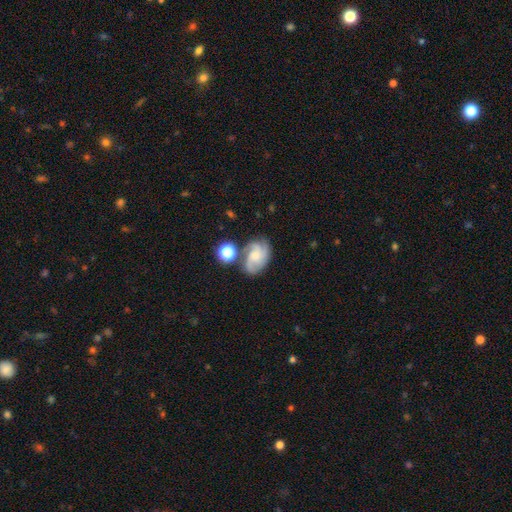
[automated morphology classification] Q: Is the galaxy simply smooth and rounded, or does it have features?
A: featured or disk — 73%.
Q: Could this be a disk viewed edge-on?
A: no — 97%.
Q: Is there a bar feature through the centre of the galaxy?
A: no — 69%.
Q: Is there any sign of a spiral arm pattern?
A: yes — 96%.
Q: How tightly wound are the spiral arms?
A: medium — 46%.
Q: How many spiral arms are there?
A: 3 — 55%.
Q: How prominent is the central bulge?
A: small — 47%.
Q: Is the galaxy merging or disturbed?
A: none — 63%.